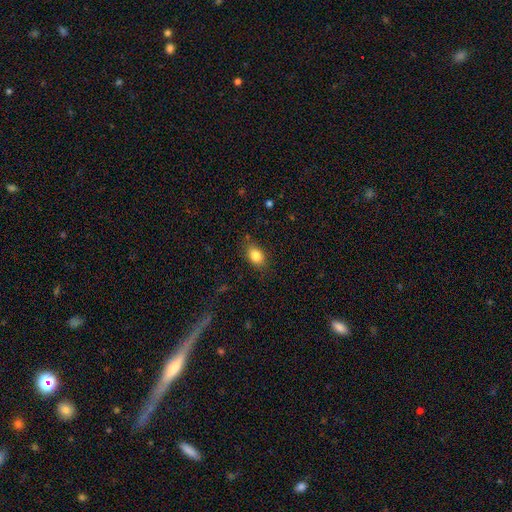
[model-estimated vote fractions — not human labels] Smooth or featured? Predicted: smooth (p=0.84). How rounded? Predicted: in between (p=0.80). Merging? Predicted: none (p=0.81).